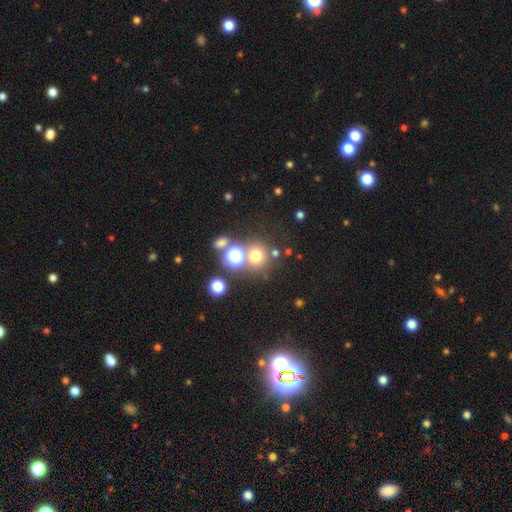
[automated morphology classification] This appears to be a smooth galaxy with no disk features (64%) that is round (87%). Merging: none (67%).